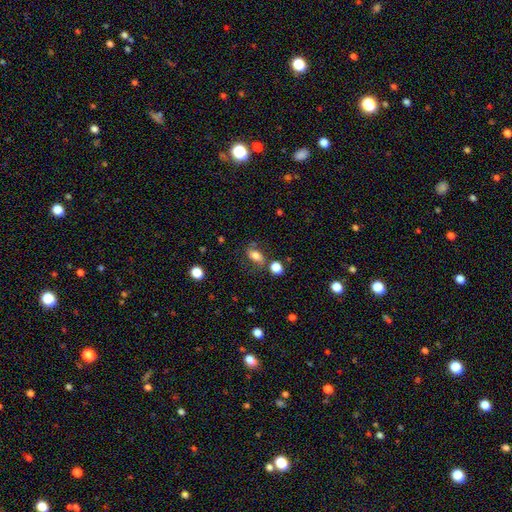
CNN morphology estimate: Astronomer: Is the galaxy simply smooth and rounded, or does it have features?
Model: smooth — 69%.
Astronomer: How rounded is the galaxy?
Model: in between — 80%.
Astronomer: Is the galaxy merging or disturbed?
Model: none — 61%.